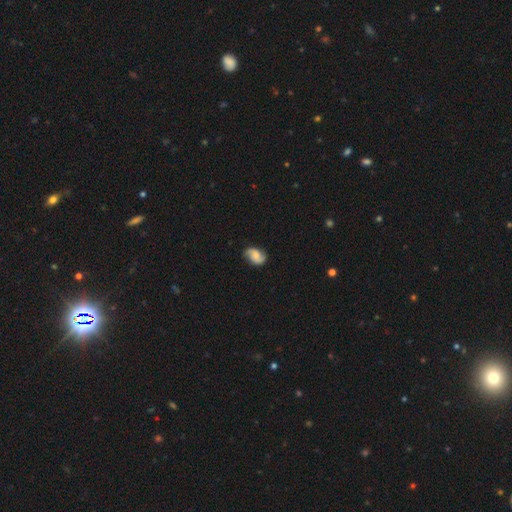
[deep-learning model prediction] featured or disk 55%, smooth 37%, star or artifact 8%. Down the decision tree: edge-on disk — no (97%); bar — no (63%); spiral arms — yes (92%); bulge size — moderate (44%); merging — none (78%).